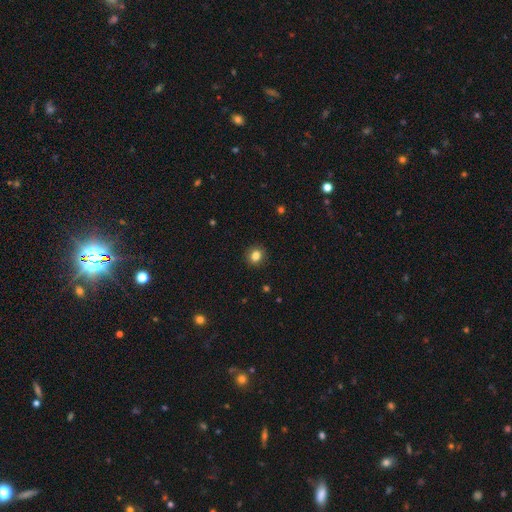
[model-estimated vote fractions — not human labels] Smooth or featured? Predicted: smooth (p=0.83). How rounded? Predicted: round (p=0.83). Merging? Predicted: none (p=0.91).